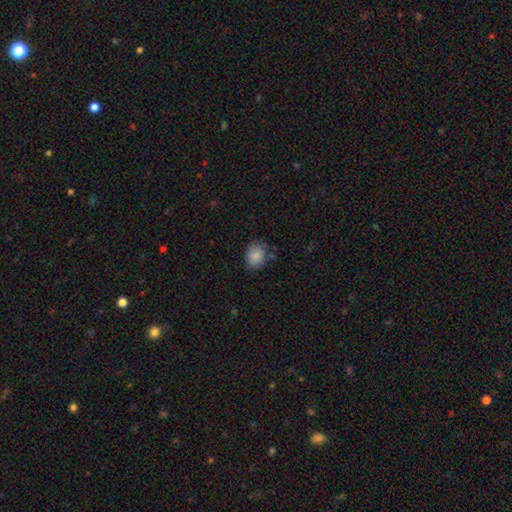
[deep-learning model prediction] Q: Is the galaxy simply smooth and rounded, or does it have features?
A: smooth — 87%.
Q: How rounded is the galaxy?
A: in between — 62%.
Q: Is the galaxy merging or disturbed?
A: none — 74%.